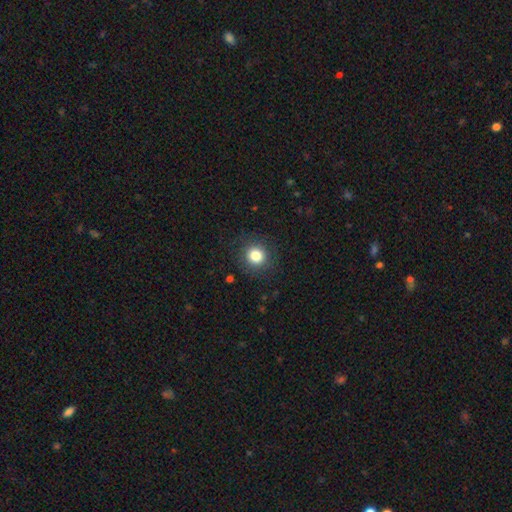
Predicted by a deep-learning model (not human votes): This appears to be a smooth galaxy with no disk features (83%) that is round (91%). Merging: none (89%).